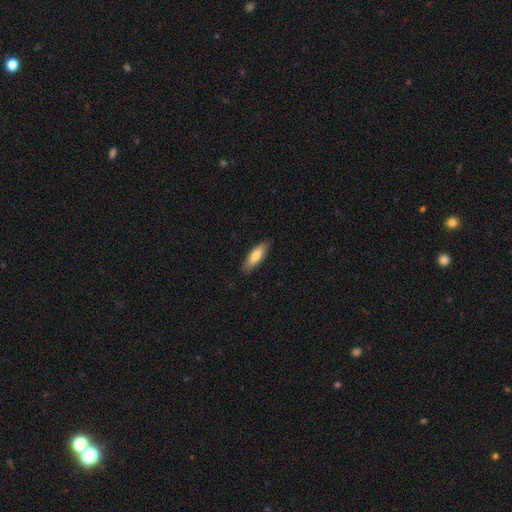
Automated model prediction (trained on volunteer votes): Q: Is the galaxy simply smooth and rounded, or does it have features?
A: smooth — 75%.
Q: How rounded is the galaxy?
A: in between — 55%.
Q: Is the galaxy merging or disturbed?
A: none — 86%.